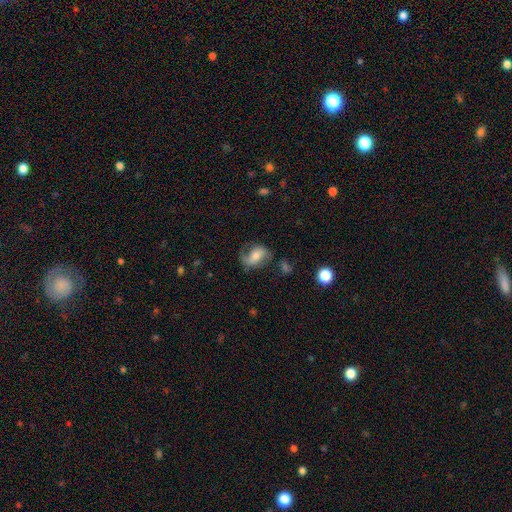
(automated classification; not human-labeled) This appears to be a featured or disk galaxy (55%) with no bar (39%), spiral arms (85%) and a moderate central bulge (51%). Merging: none (57%).